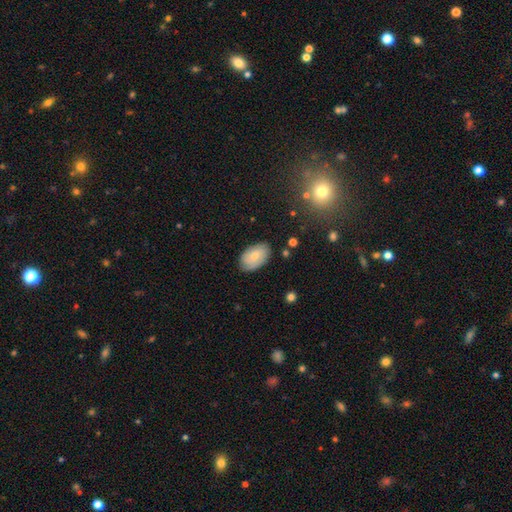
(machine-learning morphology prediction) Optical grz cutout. It shows a smooth galaxy with no disk features (75%) that is in between round and cigar-shaped (92%). Merging: none (81%).